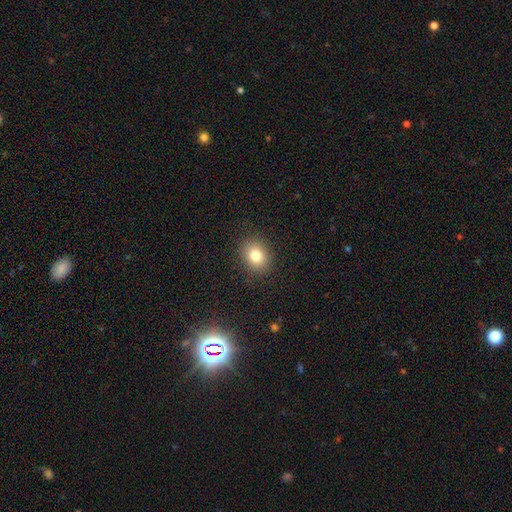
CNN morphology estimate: Smooth or featured?
  - smooth: 80% *
  - star or artifact: 11%
  - featured or disk: 9%
How rounded?
  - round: 55% *
  - in between: 44%
  - cigar-shaped: 1%
Merging?
  - none: 88% *
  - minor disturbance: 8%
  - major disturbance: 3%
  - merger: 1%